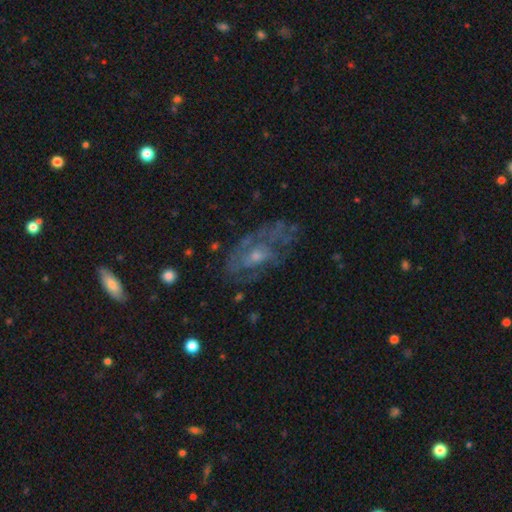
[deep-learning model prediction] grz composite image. It shows a featured or disk galaxy (69%) with no bar (73%), spiral arms (59%) and a small central bulge (52%). Merging: none (52%).